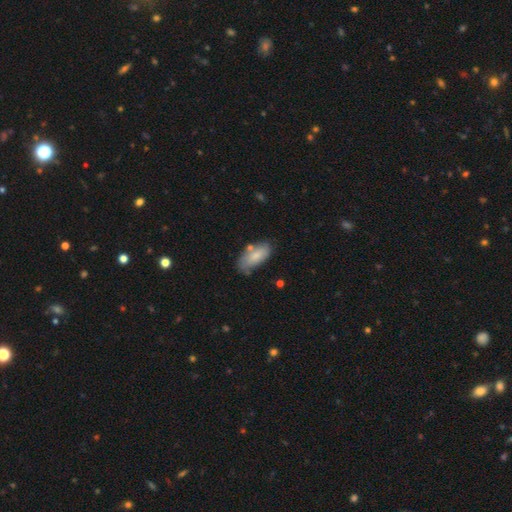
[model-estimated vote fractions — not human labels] smooth 78%, featured or disk 16%, star or artifact 6%. Down the decision tree: how rounded — in between (89%); merging — none (61%).